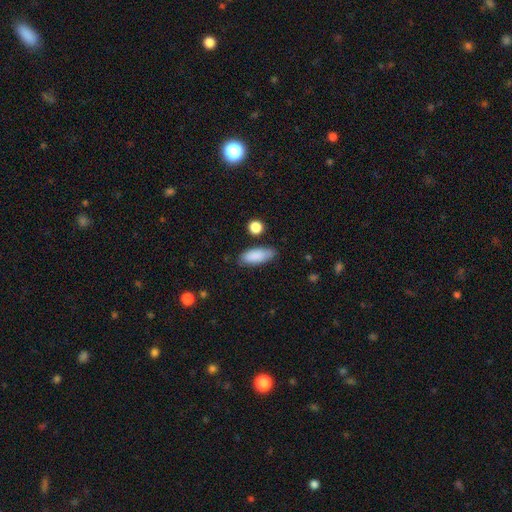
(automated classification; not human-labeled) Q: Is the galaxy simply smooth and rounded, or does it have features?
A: smooth — 87%.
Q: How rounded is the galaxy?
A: in between — 76%.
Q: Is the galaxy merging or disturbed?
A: none — 76%.